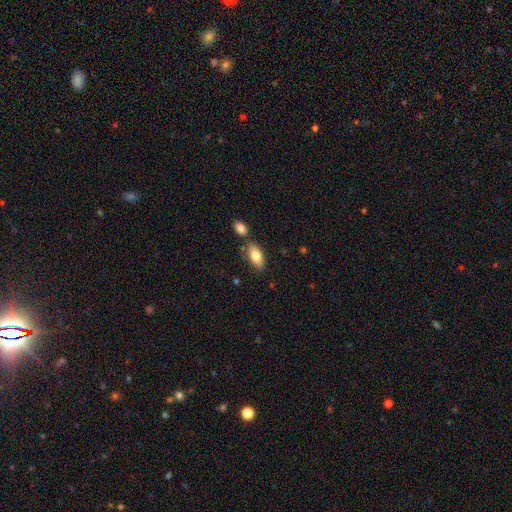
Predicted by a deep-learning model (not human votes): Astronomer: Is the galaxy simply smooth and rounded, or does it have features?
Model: smooth — 79%.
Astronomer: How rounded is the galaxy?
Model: in between — 90%.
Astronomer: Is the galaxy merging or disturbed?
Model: none — 73%.